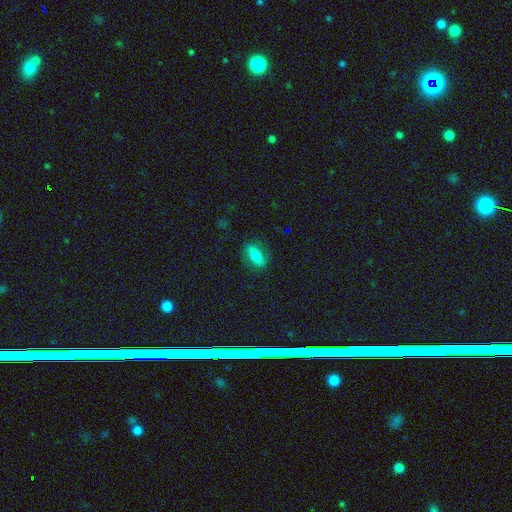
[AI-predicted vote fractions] Smooth or featured? Predicted: smooth (p=0.62). How rounded? Predicted: in between (p=0.69). Merging? Predicted: none (p=0.81).